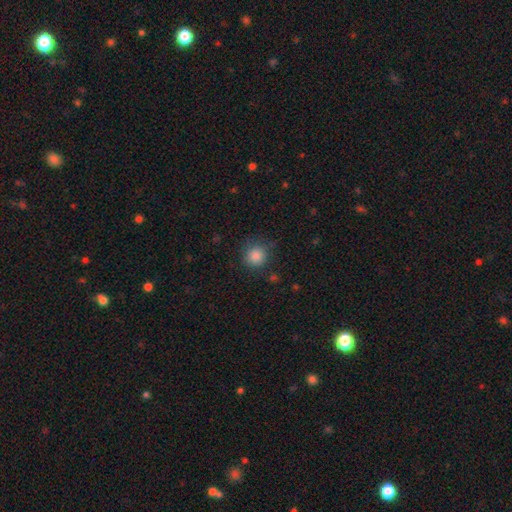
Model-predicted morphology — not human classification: A smooth galaxy with no disk features (85%) that is round (92%). Merging: none (82%).